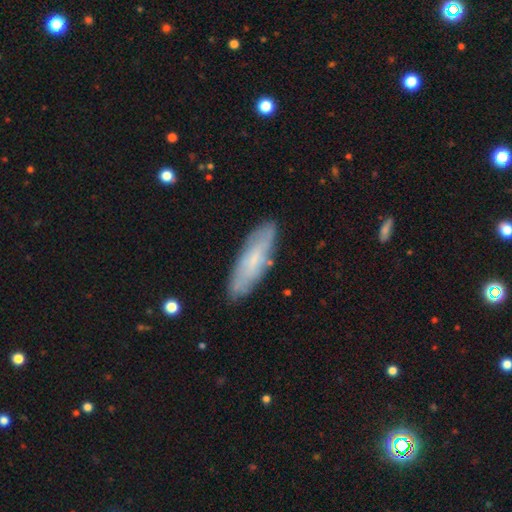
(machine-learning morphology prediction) A smooth galaxy with no disk features (58%) that is in between round and cigar-shaped (50%). Merging: none (80%).